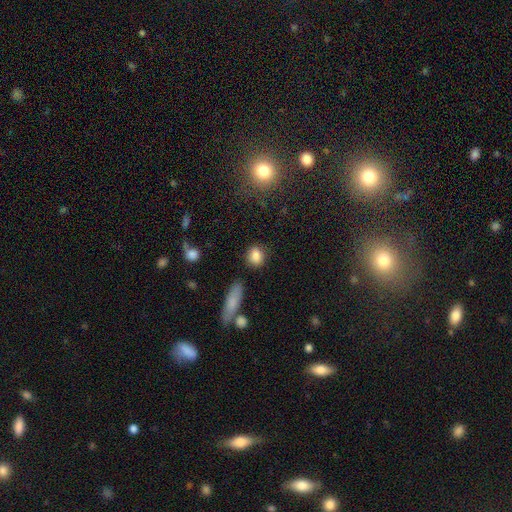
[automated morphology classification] smooth_or_featured: smooth (p=0.85) [alt: star or artifact p=0.09]
how_rounded: round (p=0.55) [alt: in between p=0.42]
merging: none (p=0.81) [alt: minor disturbance p=0.12]